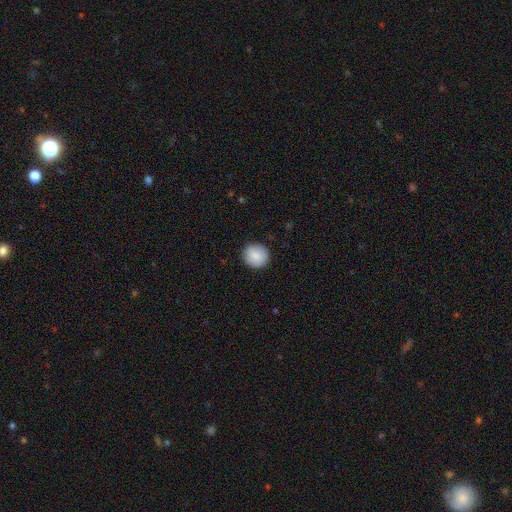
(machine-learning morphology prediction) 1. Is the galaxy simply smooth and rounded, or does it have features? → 88% smooth, 7% star or artifact, 6% featured or disk.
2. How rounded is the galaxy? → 91% round, 8% in between, 1% cigar-shaped.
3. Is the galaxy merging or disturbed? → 90% none, 7% minor disturbance, 2% major disturbance, 1% merger.